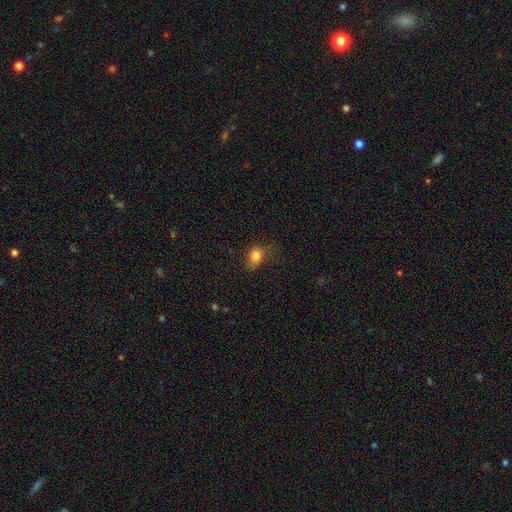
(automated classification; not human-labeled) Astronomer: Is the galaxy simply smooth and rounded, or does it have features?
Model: smooth — 81%.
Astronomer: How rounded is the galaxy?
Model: in between — 68%.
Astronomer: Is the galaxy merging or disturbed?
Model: none — 58%.